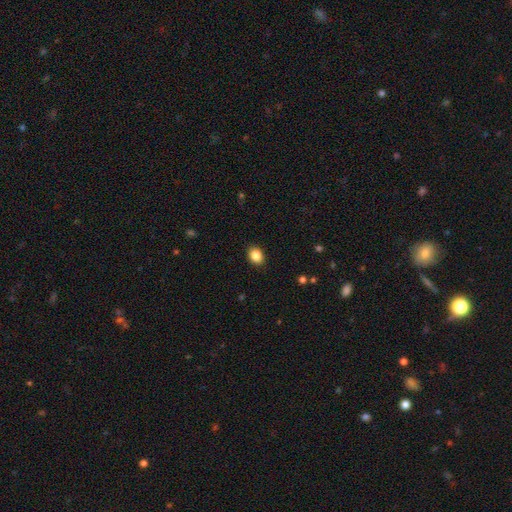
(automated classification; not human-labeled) This appears to be a smooth galaxy with no disk features (87%) that is in between round and cigar-shaped (58%). Merging: none (90%).